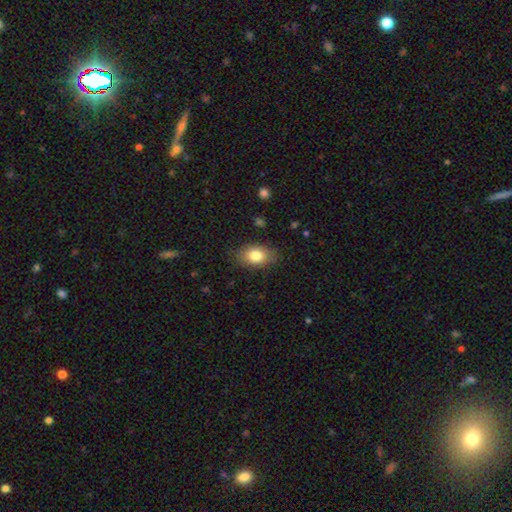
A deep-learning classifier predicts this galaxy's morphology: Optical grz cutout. It shows a smooth galaxy with no disk features (82%) that is in between round and cigar-shaped (82%). Merging: none (83%).